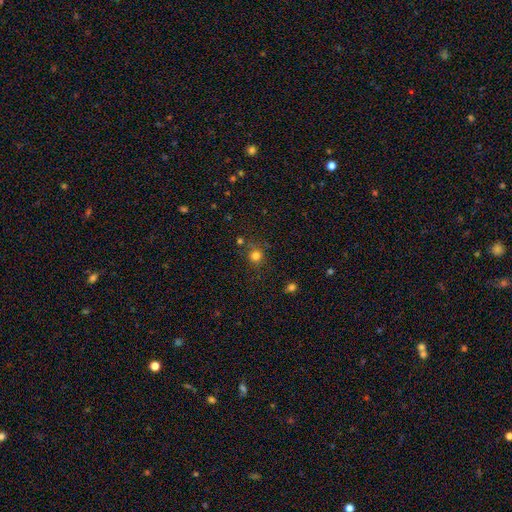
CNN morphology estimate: Overall: smooth (78%). How rounded: round (88%). Merging: none (75%).